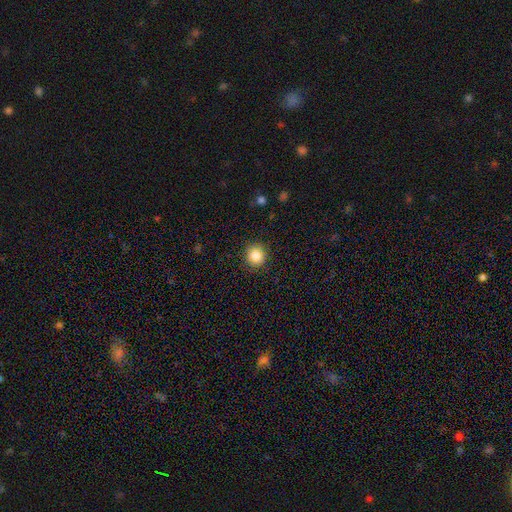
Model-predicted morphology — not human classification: type=smooth (86%); roundness=round (90%); merging=none (90%).